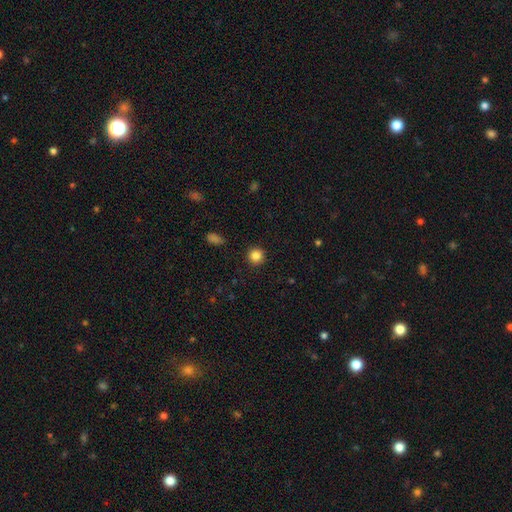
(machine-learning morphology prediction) smooth_or_featured: smooth (p=0.85) [alt: star or artifact p=0.11]
how_rounded: round (p=0.94) [alt: in between p=0.05]
merging: none (p=0.92) [alt: minor disturbance p=0.05]